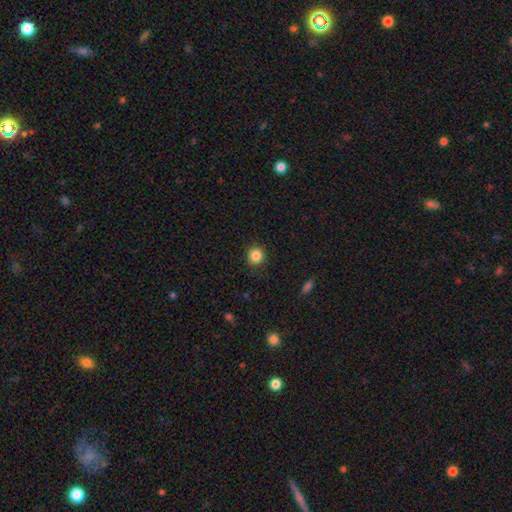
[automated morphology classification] Smooth or featured: smooth — 85% (star or artifact — 11%)
How rounded: round — 88% (in between — 11%)
Merging: none — 90% (minor disturbance — 7%)